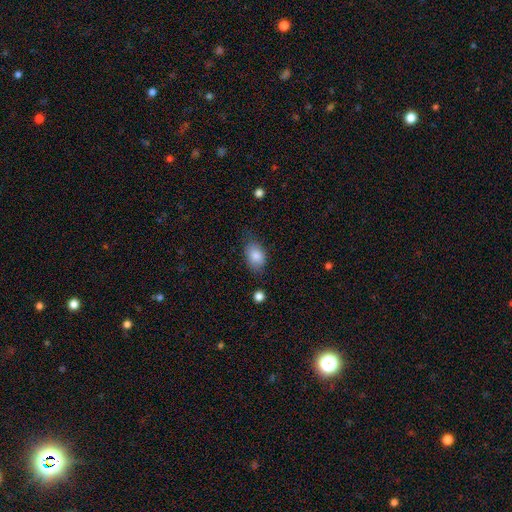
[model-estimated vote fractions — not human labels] Smooth or featured?
  - smooth: 85% *
  - featured or disk: 8%
  - star or artifact: 7%
How rounded?
  - in between: 84% *
  - round: 15%
  - cigar-shaped: 1%
Merging?
  - none: 65% *
  - minor disturbance: 26%
  - major disturbance: 7%
  - merger: 3%